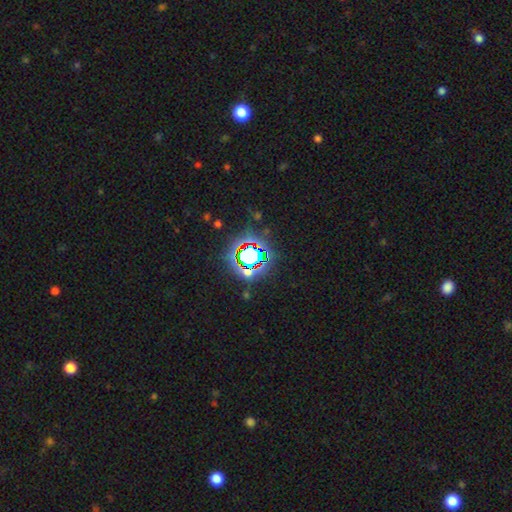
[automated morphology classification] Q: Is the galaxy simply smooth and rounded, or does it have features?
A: star or artifact — 71%.